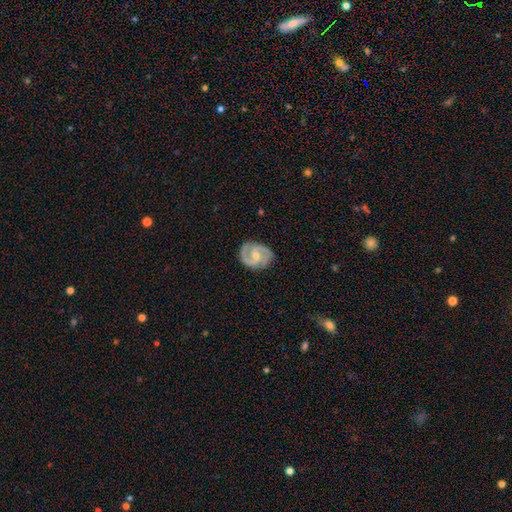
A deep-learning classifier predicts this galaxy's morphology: featured or disk 88%, smooth 7%, star or artifact 4%. Down the decision tree: edge-on disk — no (98%); bar — no (47%); spiral arms — yes (98%); spiral arm count — 2 (81%); spiral winding — medium (53%); bulge size — small (53%); merging — none (79%).